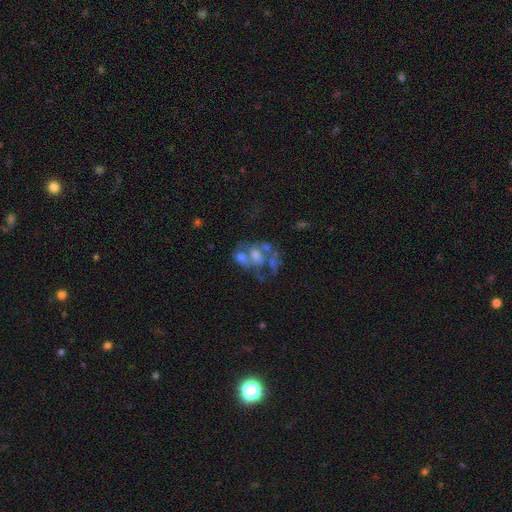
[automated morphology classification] Smooth or featured: featured or disk — 64% (smooth — 22%)
Edge-on disk: no — 98% (yes — 2%)
Bar: no — 82% (weak — 14%)
Spiral arms: no — 77% (yes — 23%)
Bulge size: moderate — 44% (small — 23%)
Merging: merger — 42% (none — 24%)